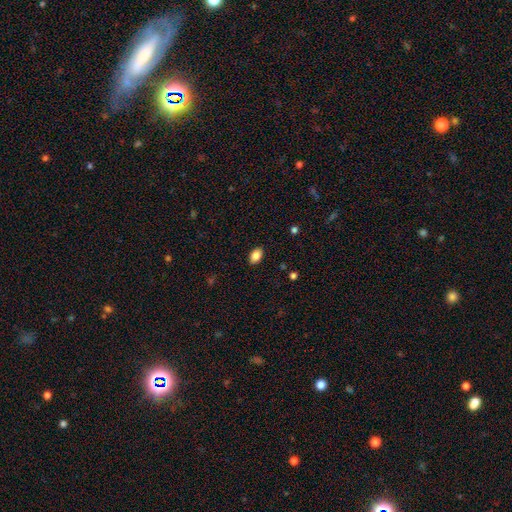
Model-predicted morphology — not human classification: A smooth galaxy with no disk features (85%) that is in between round and cigar-shaped (90%).

Vote fractions:
- Smooth or featured? smooth: 85% / star or artifact: 8% / featured or disk: 6%
- How rounded? in between: 90% / round: 9% / cigar-shaped: 2%
- Merging? none: 88% / minor disturbance: 9% / major disturbance: 2% / merger: 1%